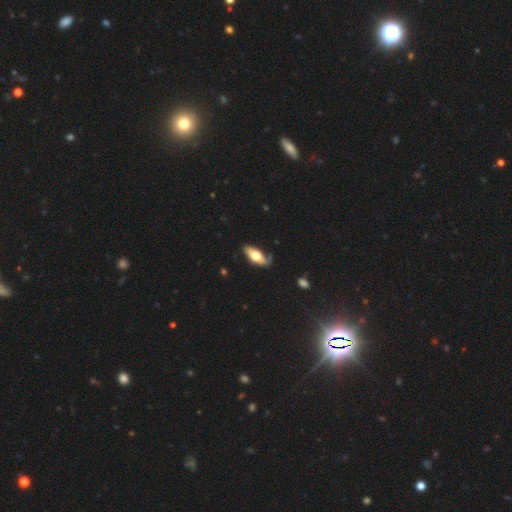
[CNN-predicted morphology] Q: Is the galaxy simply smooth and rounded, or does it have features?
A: smooth — 51%.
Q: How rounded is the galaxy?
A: in between — 79%.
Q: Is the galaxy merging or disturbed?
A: none — 62%.